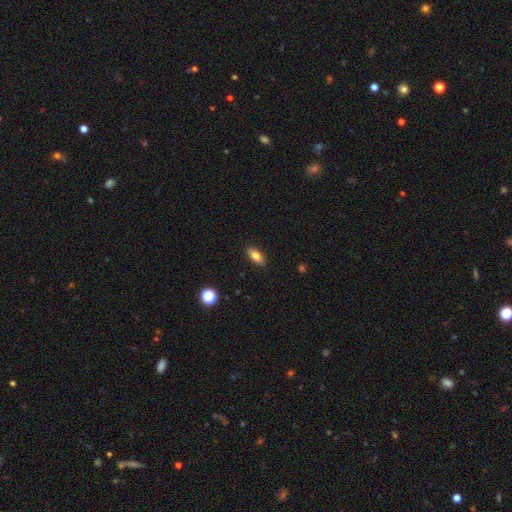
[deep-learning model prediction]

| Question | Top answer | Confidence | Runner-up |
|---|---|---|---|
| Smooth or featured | smooth | 79% | featured or disk (12%) |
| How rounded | in between | 83% | cigar-shaped (13%) |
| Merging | none | 89% | minor disturbance (8%) |